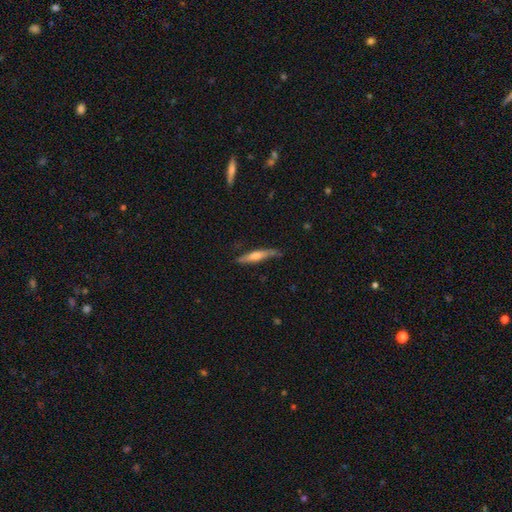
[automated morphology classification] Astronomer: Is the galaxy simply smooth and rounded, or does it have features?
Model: featured or disk — 53% (runner-up: smooth, 41%).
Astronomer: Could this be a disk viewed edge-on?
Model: yes — 92%.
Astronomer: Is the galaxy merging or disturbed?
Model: none — 75%.